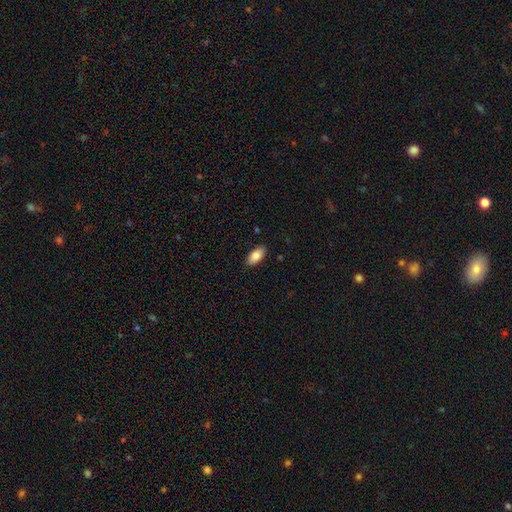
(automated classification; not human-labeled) Q: Smooth or featured?
A: smooth (83%); runner-up: featured or disk (10%)
Q: How rounded?
A: in between (92%); runner-up: cigar-shaped (6%)
Q: Merging?
A: none (88%); runner-up: minor disturbance (9%)